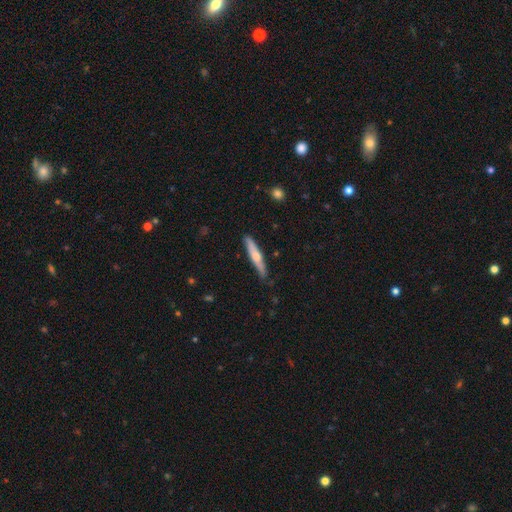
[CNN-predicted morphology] Smooth or featured: featured or disk — 51% (smooth — 44%)
Edge-on disk: yes — 93% (no — 7%)
Merging: none — 86% (minor disturbance — 11%)